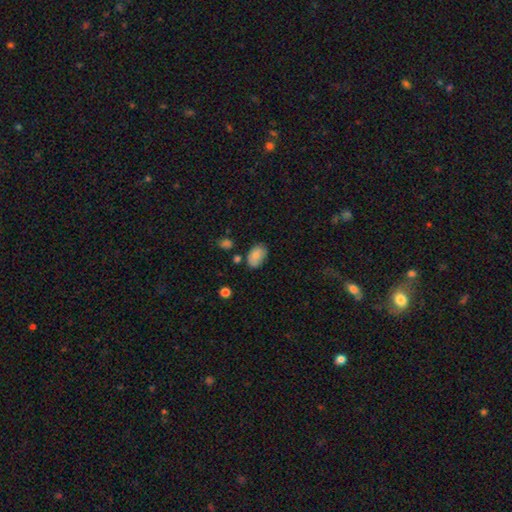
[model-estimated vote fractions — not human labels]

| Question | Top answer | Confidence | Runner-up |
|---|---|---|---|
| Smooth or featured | smooth | 84% | featured or disk (8%) |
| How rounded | in between | 89% | round (10%) |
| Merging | none | 71% | minor disturbance (20%) |